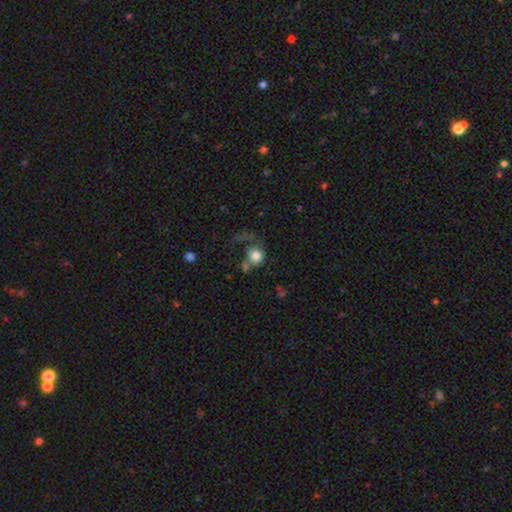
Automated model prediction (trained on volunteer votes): Q: Smooth or featured?
A: smooth (78%); runner-up: featured or disk (13%)
Q: How rounded?
A: round (83%); runner-up: in between (16%)
Q: Merging?
A: none (38%); runner-up: major disturbance (29%)